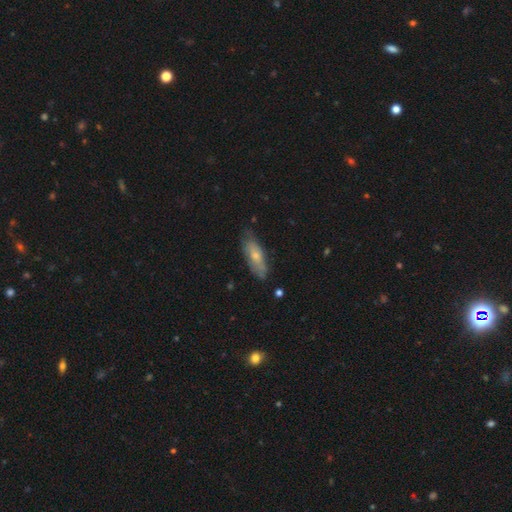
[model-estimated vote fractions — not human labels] A smooth galaxy with no disk features (59%) that is in between round and cigar-shaped (67%).

Vote fractions:
- Smooth or featured? smooth: 59% / featured or disk: 35% / star or artifact: 6%
- How rounded? in between: 67% / cigar-shaped: 31% / round: 2%
- Merging? none: 69% / minor disturbance: 24% / major disturbance: 5% / merger: 2%